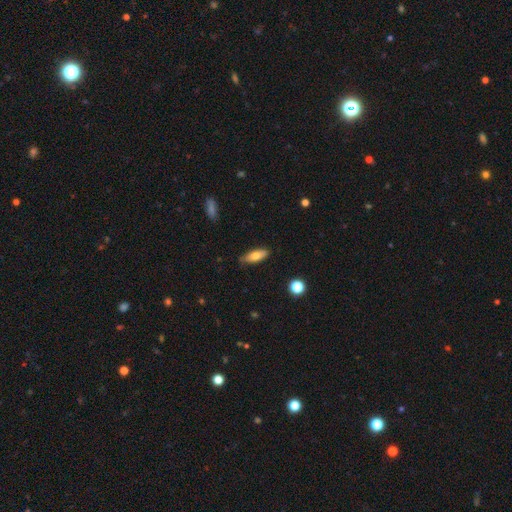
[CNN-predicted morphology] Overall: smooth (71%). How rounded: in between (66%; cigar-shaped 32%). Merging: none (83%).